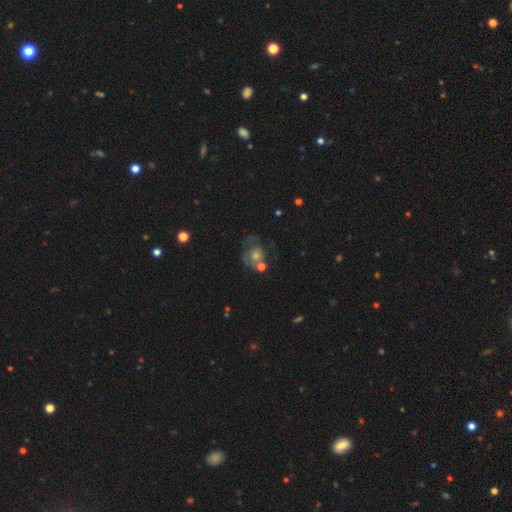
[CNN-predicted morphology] Q: Smooth or featured?
A: featured or disk (43%); runner-up: smooth (39%)
Q: Merging?
A: none (50%); runner-up: minor disturbance (21%)